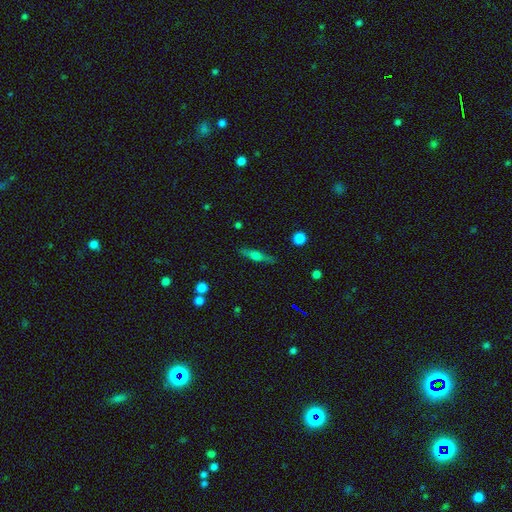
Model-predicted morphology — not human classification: This appears to be a featured or disk galaxy (52%) viewed edge-on (93%). Merging: none (83%).